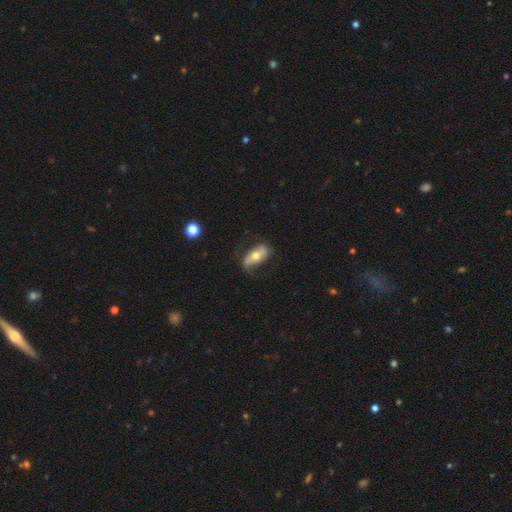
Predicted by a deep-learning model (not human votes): Smooth or featured?
  - featured or disk: 54% *
  - smooth: 39%
  - star or artifact: 7%
Edge-on disk?
  - no: 85% *
  - yes: 15%
Merging?
  - none: 59% *
  - minor disturbance: 27%
  - major disturbance: 12%
  - merger: 2%